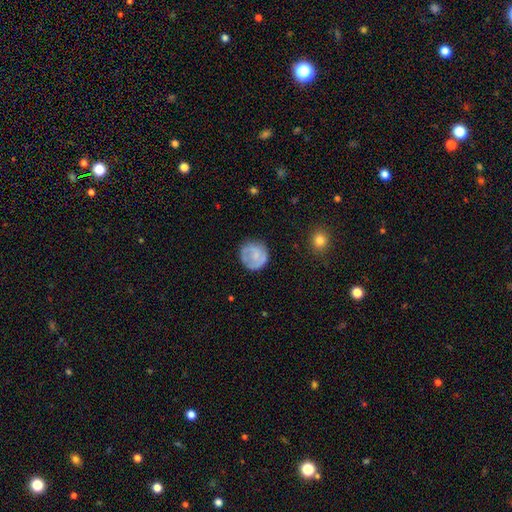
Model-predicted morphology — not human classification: A smooth galaxy with no disk features (60%) that is round (91%). Merging: none (73%).